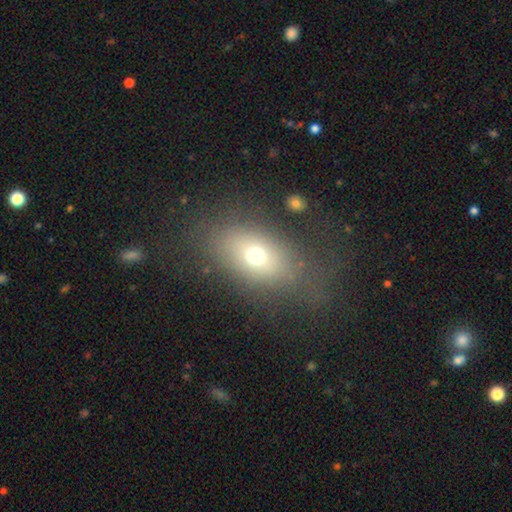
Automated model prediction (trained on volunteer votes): This is likely a smooth galaxy (67%). How rounded: likely in between (73%). Merging: likely none (64%).